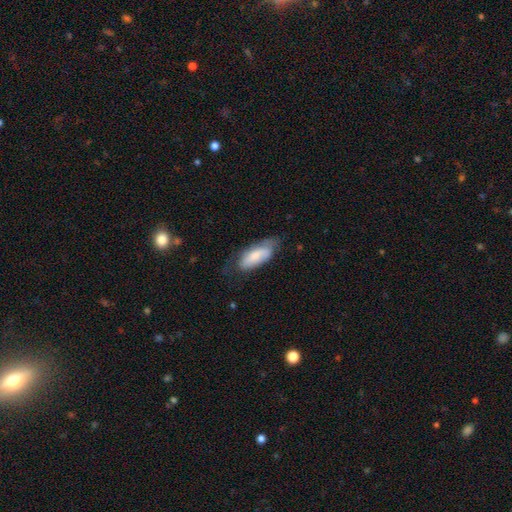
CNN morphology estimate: This is likely a smooth galaxy (69%). How rounded: likely in between (78%). Merging: possibly none (53%).